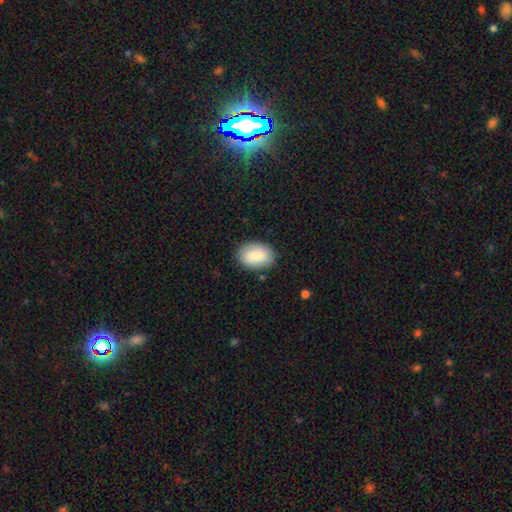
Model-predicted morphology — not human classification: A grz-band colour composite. It shows a smooth galaxy with no disk features (85%) that is in between round and cigar-shaped (84%). Merging: none (84%).